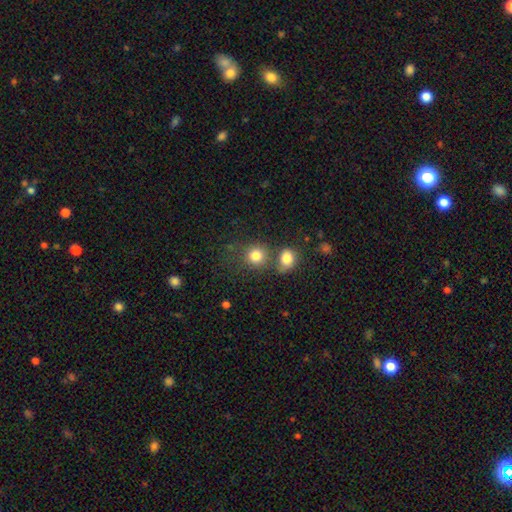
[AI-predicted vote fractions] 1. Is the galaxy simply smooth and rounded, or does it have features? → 81% smooth, 11% star or artifact, 7% featured or disk.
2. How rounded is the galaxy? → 85% round, 14% in between, 1% cigar-shaped.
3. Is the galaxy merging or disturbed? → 59% none, 26% merger, 10% minor disturbance, 5% major disturbance.